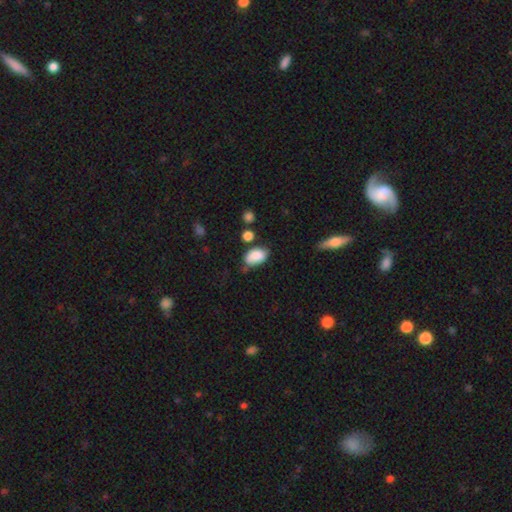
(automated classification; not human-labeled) smooth_or_featured: smooth (p=0.82) [alt: featured or disk p=0.10]
how_rounded: in between (p=0.89) [alt: round p=0.09]
merging: none (p=0.55) [alt: minor disturbance p=0.28]